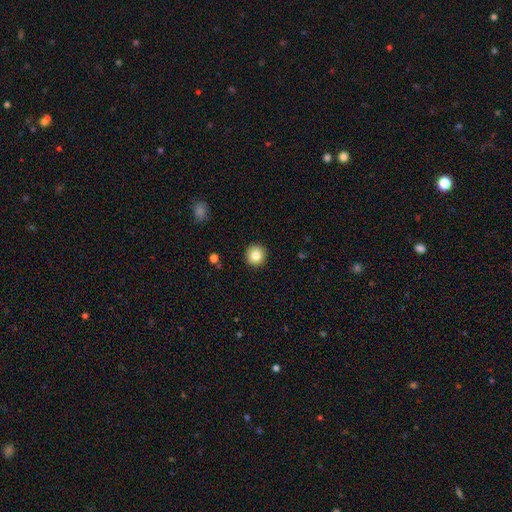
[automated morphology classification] Overall: smooth (84%). How rounded: round (94%). Merging: none (92%).